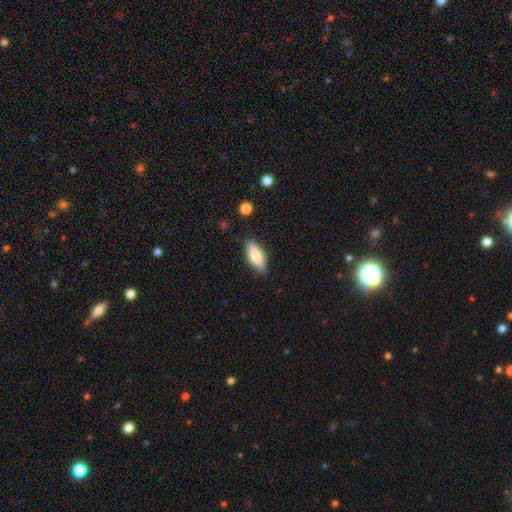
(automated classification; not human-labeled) Smooth or featured: smooth — 70% (featured or disk — 24%)
How rounded: in between — 72% (cigar-shaped — 26%)
Merging: none — 83% (minor disturbance — 13%)